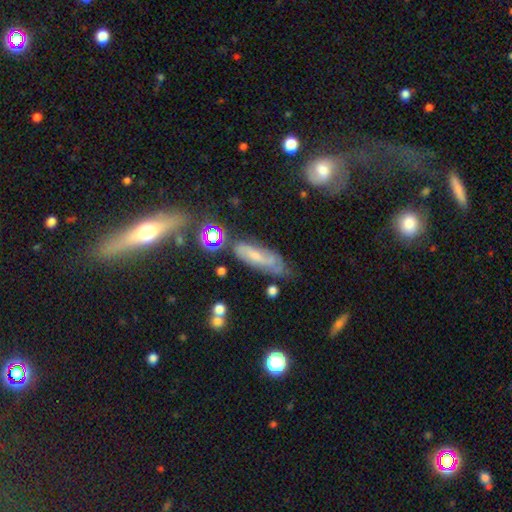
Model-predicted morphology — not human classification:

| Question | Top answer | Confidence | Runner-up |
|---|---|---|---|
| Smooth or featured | featured or disk | 53% | smooth (35%) |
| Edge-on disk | no | 73% | yes (27%) |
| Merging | none | 59% | minor disturbance (25%) |